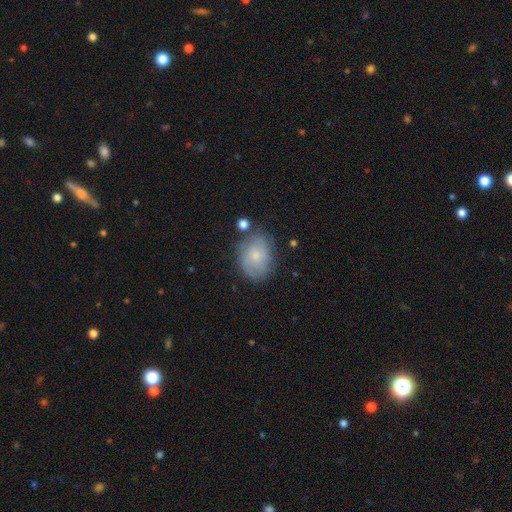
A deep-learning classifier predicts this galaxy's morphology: Smooth or featured: smooth — 60% (featured or disk — 31%)
How rounded: in between — 67% (round — 32%)
Merging: none — 67% (minor disturbance — 22%)